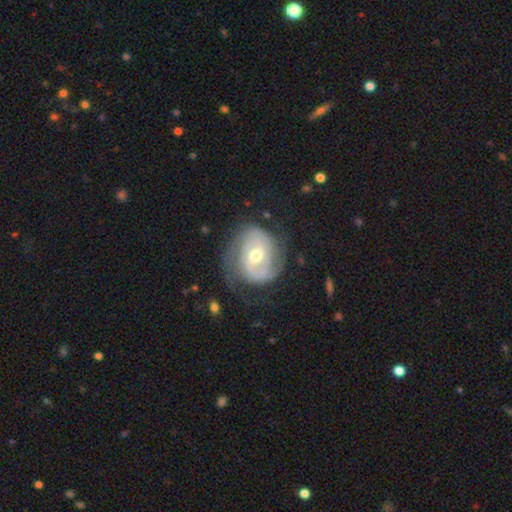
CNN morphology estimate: Smooth or featured: featured or disk — 84% (smooth — 12%)
Edge-on disk: no — 97% (yes — 3%)
Bar: weak — 47% (no — 34%)
Spiral arms: yes — 91% (no — 9%)
Spiral winding: tight — 58% (medium — 30%)
Spiral arm count: 2 — 58% (can't tell — 21%)
Bulge size: moderate — 73% (small — 20%)
Merging: none — 65% (minor disturbance — 20%)